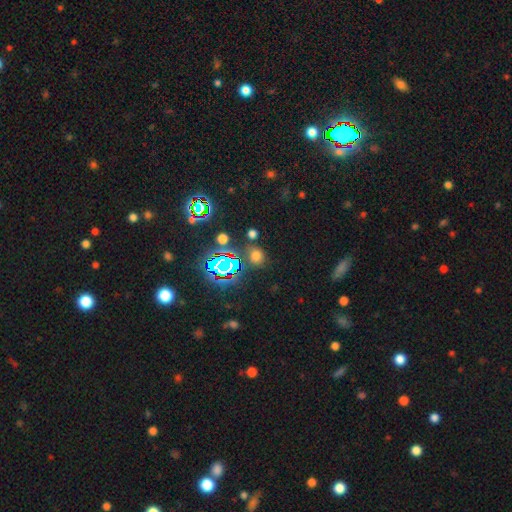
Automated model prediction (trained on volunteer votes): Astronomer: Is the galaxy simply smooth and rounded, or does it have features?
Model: smooth — 59% (runner-up: star or artifact, 34%).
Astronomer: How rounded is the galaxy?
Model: round — 74%.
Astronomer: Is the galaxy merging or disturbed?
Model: none — 78%.